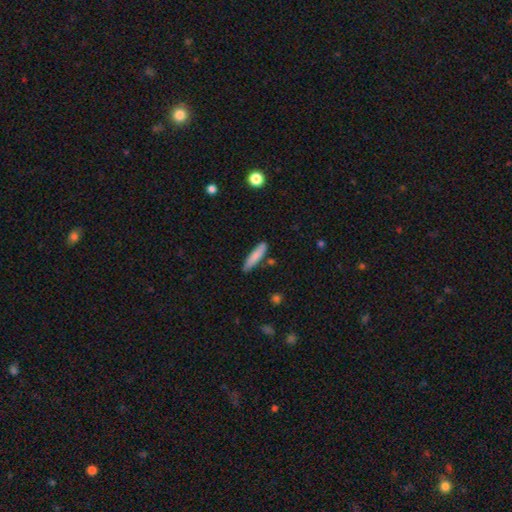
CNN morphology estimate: Smooth or featured: smooth — 81% (featured or disk — 13%)
How rounded: cigar-shaped — 82% (in between — 16%)
Merging: none — 78% (minor disturbance — 15%)